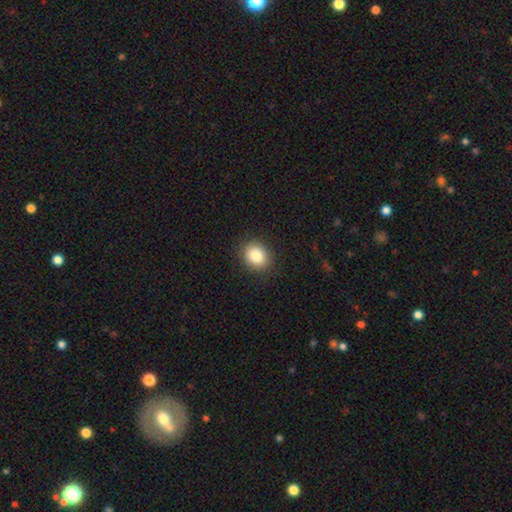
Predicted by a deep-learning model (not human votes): Smooth or featured? smooth (84%)
How rounded? round (51%)
Merging? none (89%)